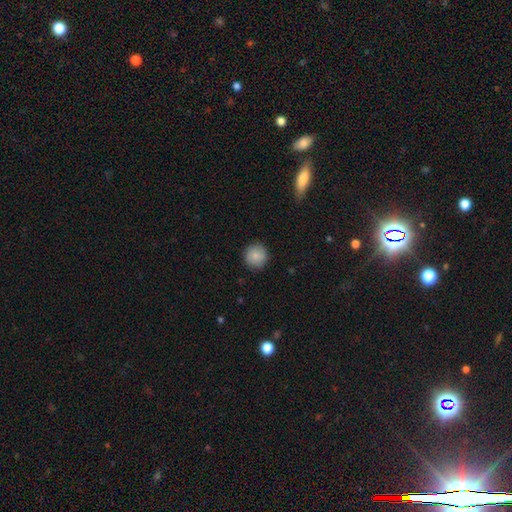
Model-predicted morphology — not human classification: type=smooth (85%); roundness=round (94%); merging=none (89%).